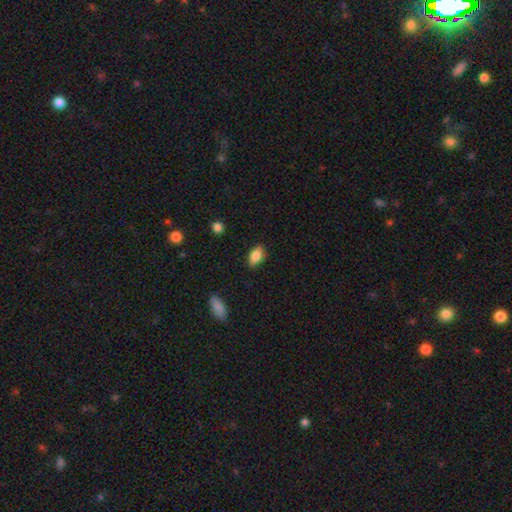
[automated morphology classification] This is clearly a smooth galaxy (82%). How rounded: clearly in between (89%). Merging: clearly none (83%).